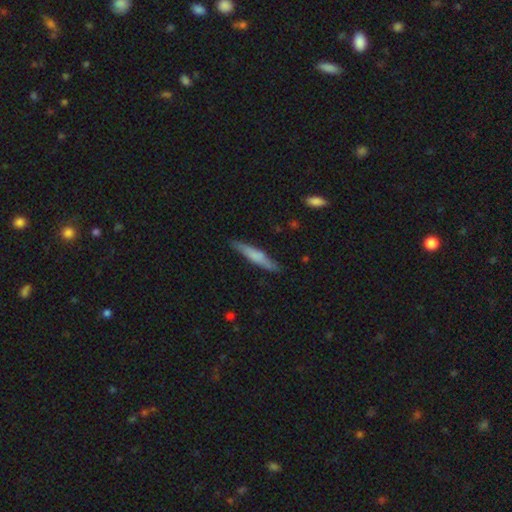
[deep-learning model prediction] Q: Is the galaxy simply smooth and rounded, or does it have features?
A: smooth — 59%.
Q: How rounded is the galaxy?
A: cigar-shaped — 91%.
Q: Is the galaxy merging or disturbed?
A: none — 86%.